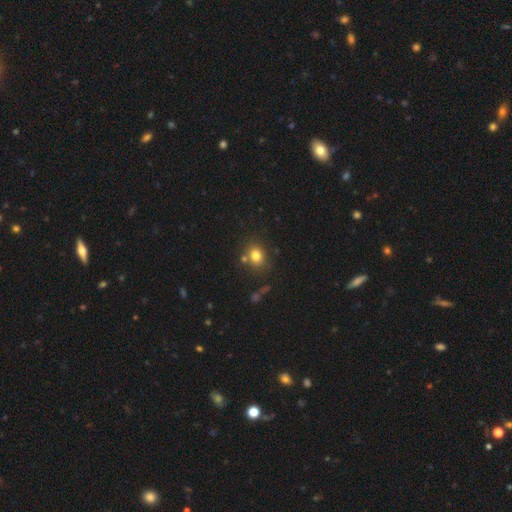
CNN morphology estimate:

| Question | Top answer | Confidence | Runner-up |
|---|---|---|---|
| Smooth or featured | smooth | 79% | star or artifact (12%) |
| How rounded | round | 66% | in between (33%) |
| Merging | none | 73% | minor disturbance (12%) |